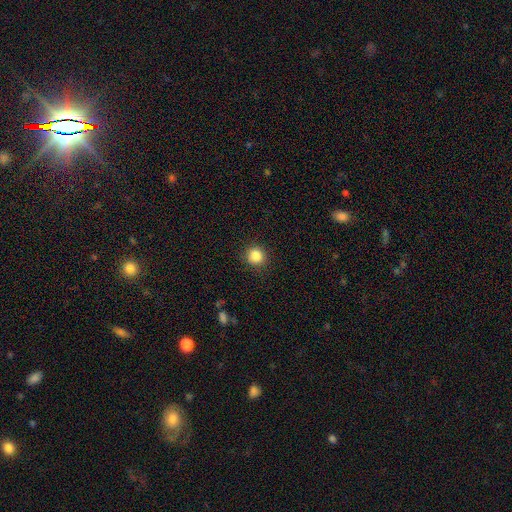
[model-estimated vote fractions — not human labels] Smooth or featured?
  - smooth: 85% *
  - star or artifact: 11%
  - featured or disk: 4%
How rounded?
  - round: 91% *
  - in between: 8%
  - cigar-shaped: 1%
Merging?
  - none: 89% *
  - minor disturbance: 7%
  - major disturbance: 2%
  - merger: 1%